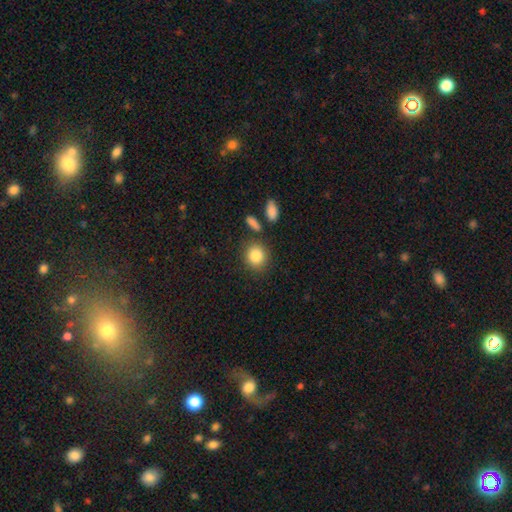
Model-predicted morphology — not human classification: Smooth or featured? Predicted: smooth (p=0.85). How rounded? Predicted: round (p=0.79). Merging? Predicted: none (p=0.81).